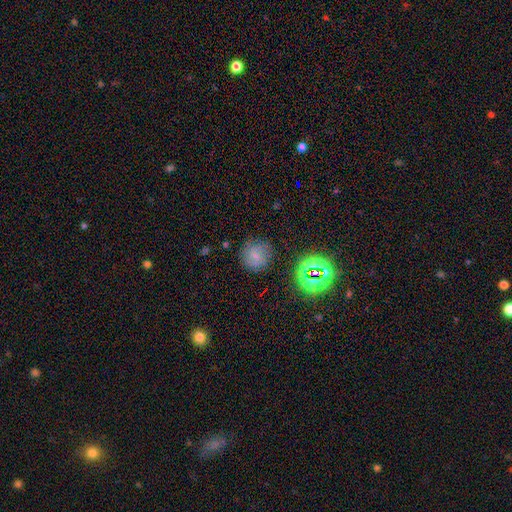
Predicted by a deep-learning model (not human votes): Smooth or featured? smooth (49%)
Merging? none (79%)